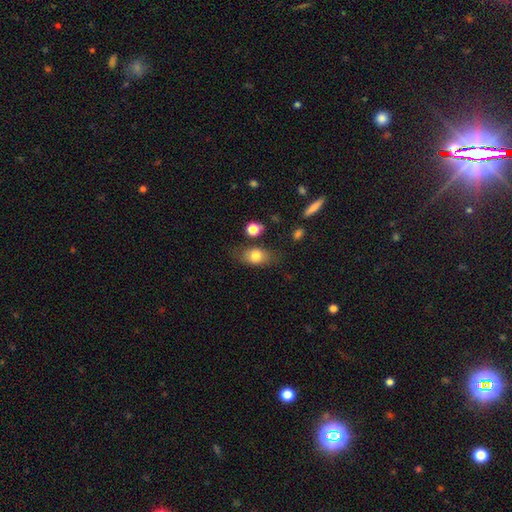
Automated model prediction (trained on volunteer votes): smooth 77%, featured or disk 15%, star or artifact 8%. Down the decision tree: how rounded — in between (77%); merging — none (70%).